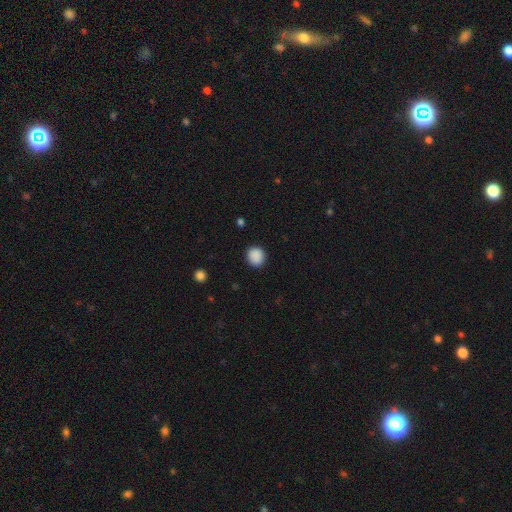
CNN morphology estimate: type=smooth (89%); roundness=round (86%); merging=none (90%).